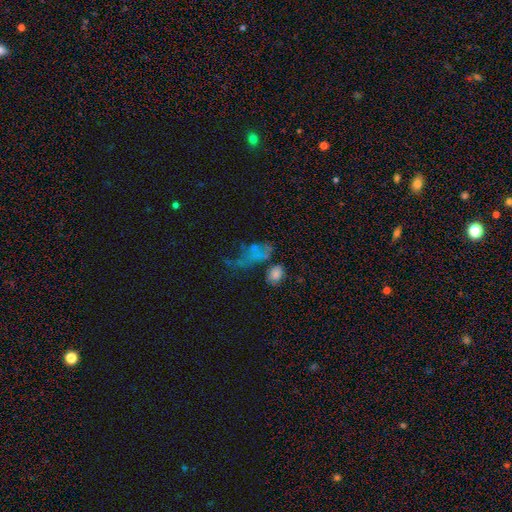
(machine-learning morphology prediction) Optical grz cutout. It shows a smooth galaxy with no disk features (42%). Merging: major disturbance (36%).